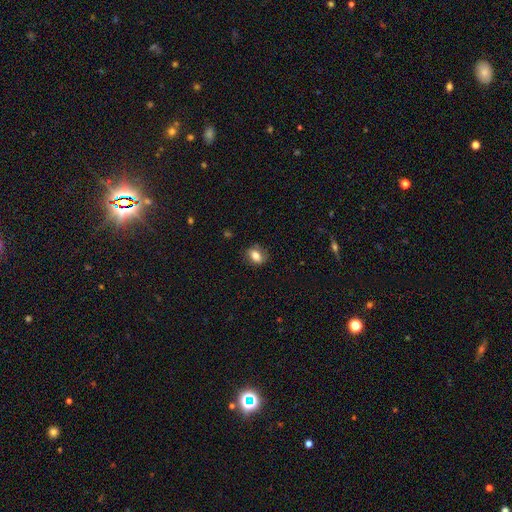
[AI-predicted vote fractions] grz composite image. It shows a smooth galaxy with no disk features (75%) that is in between round and cigar-shaped (72%). Merging: none (75%).